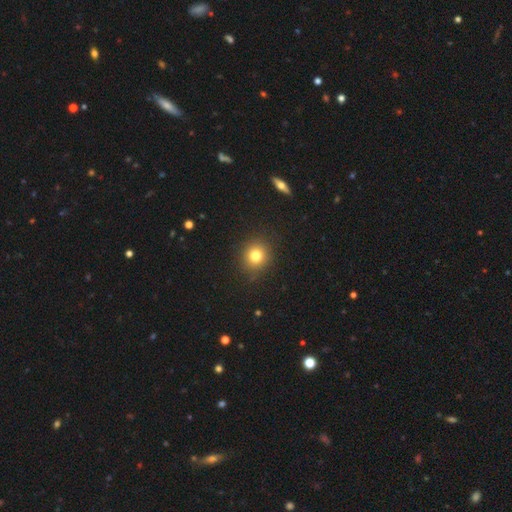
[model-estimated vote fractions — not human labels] Smooth or featured?
  - smooth: 79% *
  - star or artifact: 13%
  - featured or disk: 8%
How rounded?
  - round: 86% *
  - in between: 13%
  - cigar-shaped: 1%
Merging?
  - none: 89% *
  - minor disturbance: 7%
  - major disturbance: 2%
  - merger: 1%